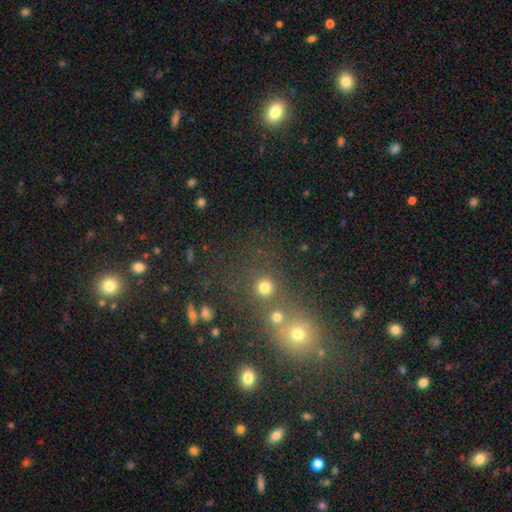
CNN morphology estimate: This is possibly a smooth galaxy (47%). Merging: possibly none (56%).